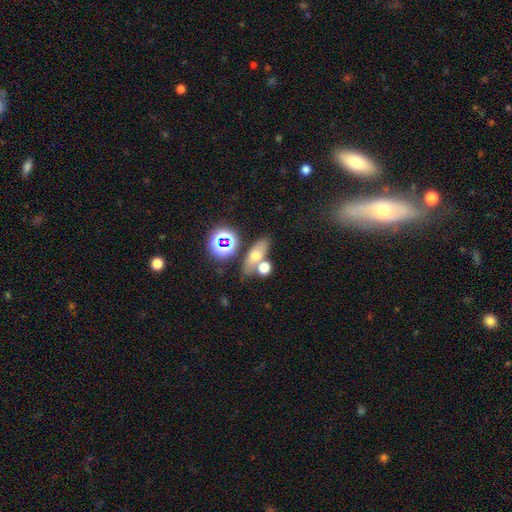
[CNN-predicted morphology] This is possibly a smooth galaxy (59%). How rounded: likely in between (62%). Merging: possibly none (59%).